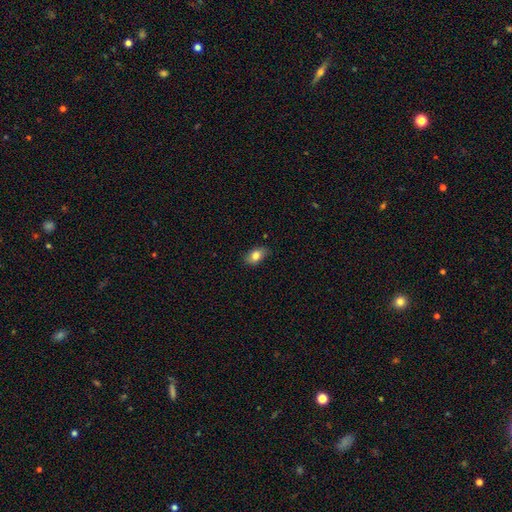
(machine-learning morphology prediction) A smooth galaxy with no disk features (81%) that is in between round and cigar-shaped (87%). Merging: none (81%).